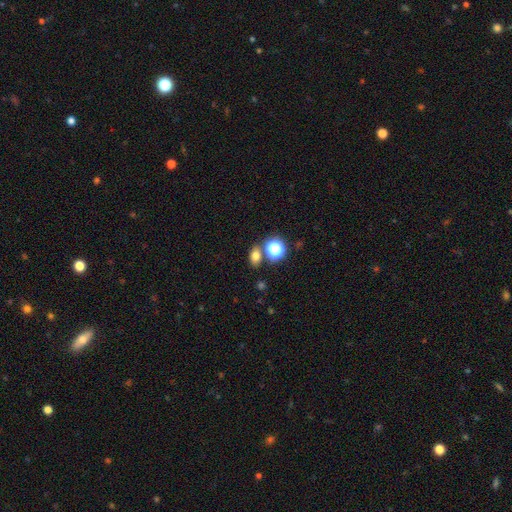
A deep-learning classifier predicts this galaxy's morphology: This is likely a smooth galaxy (72%). How rounded: likely in between (67%). Merging: likely none (73%).